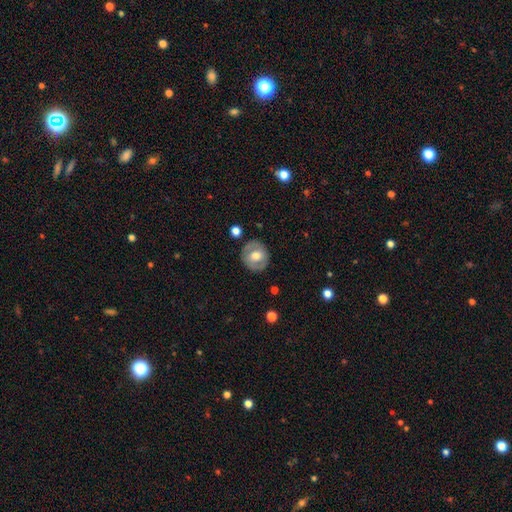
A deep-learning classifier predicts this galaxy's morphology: type=smooth (51%); roundness=round (82%); merging=none (84%).